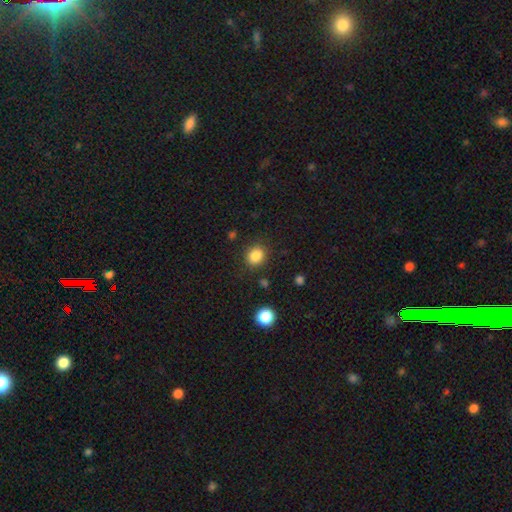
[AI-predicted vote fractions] This appears to be a smooth galaxy with no disk features (85%) that is round (71%). Merging: none (86%).